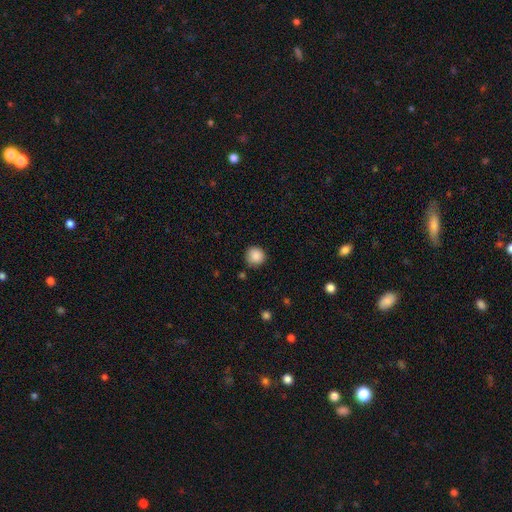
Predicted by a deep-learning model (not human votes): smooth_or_featured: smooth (p=0.88) [alt: star or artifact p=0.09]
how_rounded: round (p=0.93) [alt: in between p=0.06]
merging: none (p=0.85) [alt: minor disturbance p=0.11]